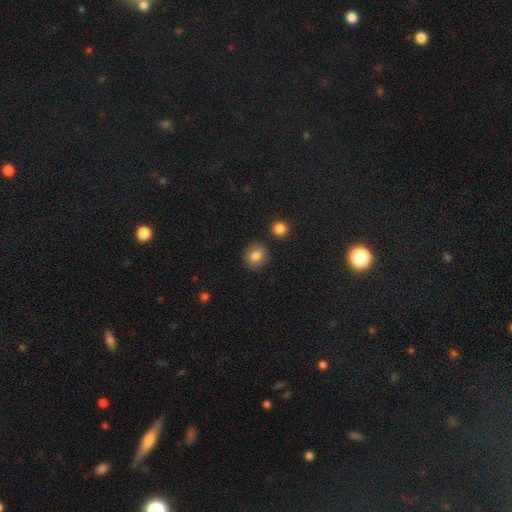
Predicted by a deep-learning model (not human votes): Smooth or featured?
  - smooth: 84% *
  - star or artifact: 9%
  - featured or disk: 7%
How rounded?
  - round: 78% *
  - in between: 21%
  - cigar-shaped: 1%
Merging?
  - none: 86% *
  - minor disturbance: 9%
  - merger: 3%
  - major disturbance: 2%